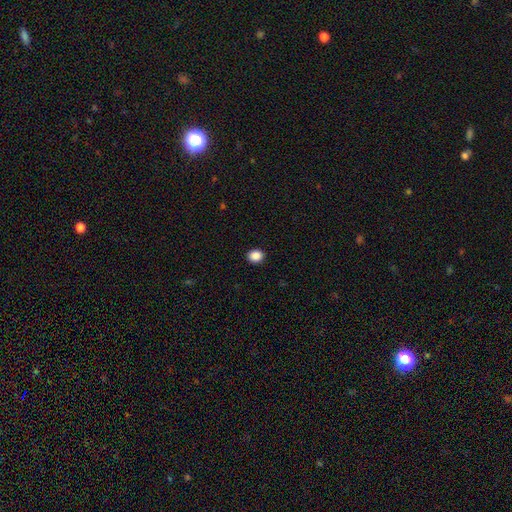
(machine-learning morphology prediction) A smooth galaxy with no disk features (88%) that is round (67%).

Vote fractions:
- Smooth or featured? smooth: 88% / star or artifact: 10% / featured or disk: 3%
- How rounded? round: 67% / in between: 32% / cigar-shaped: 1%
- Merging? none: 92% / minor disturbance: 6% / major disturbance: 2% / merger: 1%